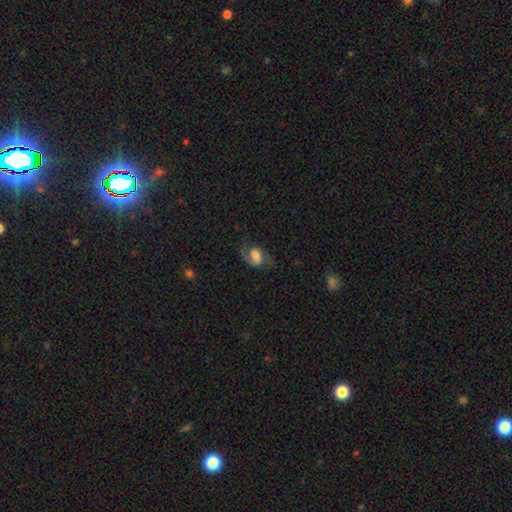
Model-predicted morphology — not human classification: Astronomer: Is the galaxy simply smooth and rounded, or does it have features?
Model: featured or disk — 55% (runner-up: smooth, 37%).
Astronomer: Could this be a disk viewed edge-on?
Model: no — 96%.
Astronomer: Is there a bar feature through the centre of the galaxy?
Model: weak — 43% (runner-up: no, 37%).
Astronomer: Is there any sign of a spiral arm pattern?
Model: yes — 86%.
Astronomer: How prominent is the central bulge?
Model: large — 32% (runner-up: moderate, 30%).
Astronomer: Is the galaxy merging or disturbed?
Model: none — 58%.